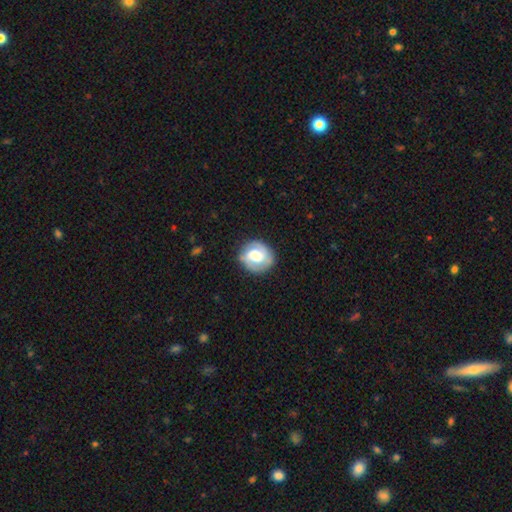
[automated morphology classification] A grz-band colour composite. It shows a featured or disk galaxy (56%) with no bar (50%), spiral arms (84%) and a moderate central bulge (55%). Merging: none (80%).